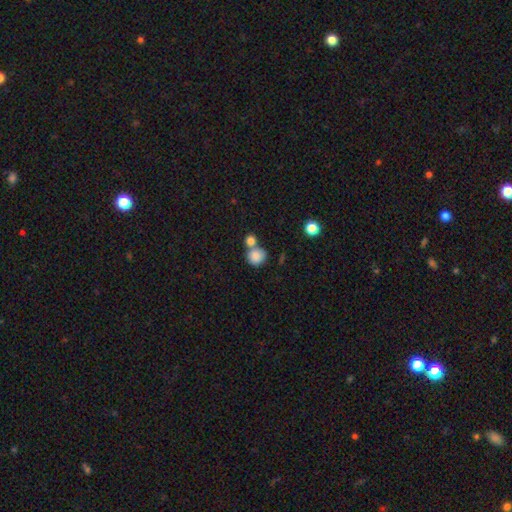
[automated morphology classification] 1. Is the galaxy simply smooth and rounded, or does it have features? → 85% smooth, 9% star or artifact, 7% featured or disk.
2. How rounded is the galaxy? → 88% round, 11% in between, 1% cigar-shaped.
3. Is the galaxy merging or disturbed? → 47% none, 41% merger, 9% minor disturbance, 3% major disturbance.